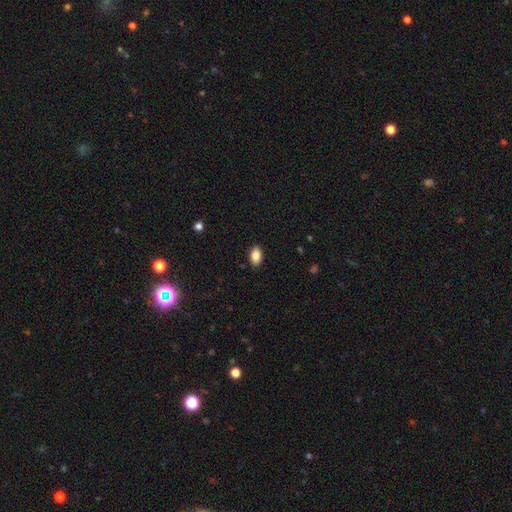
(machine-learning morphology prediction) type=smooth (87%); roundness=in between (91%); merging=none (88%).